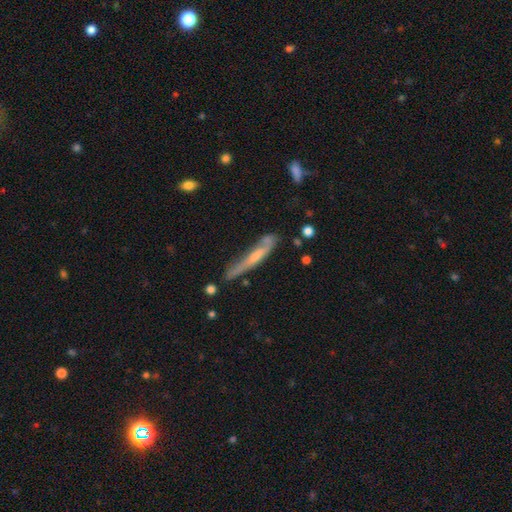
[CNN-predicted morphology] featured or disk 51%, smooth 42%, star or artifact 7%. Down the decision tree: edge-on disk — yes (81%); merging — none (55%).